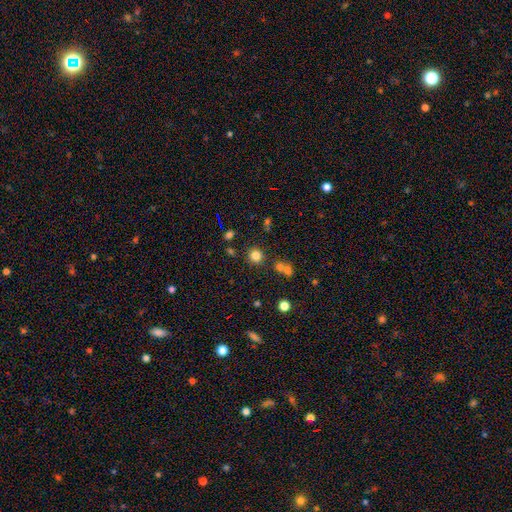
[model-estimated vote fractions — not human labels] A smooth galaxy with no disk features (77%) that is round (91%). Merging: none (82%).